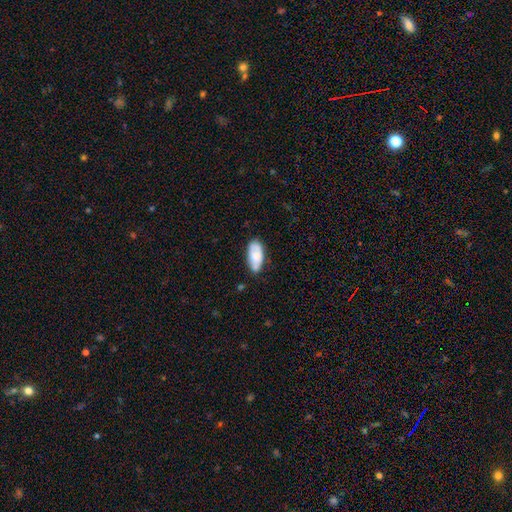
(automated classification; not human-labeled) Smooth or featured?
  - smooth: 74% *
  - featured or disk: 20%
  - star or artifact: 7%
How rounded?
  - in between: 91% *
  - cigar-shaped: 6%
  - round: 2%
Merging?
  - none: 67% *
  - minor disturbance: 25%
  - major disturbance: 5%
  - merger: 3%